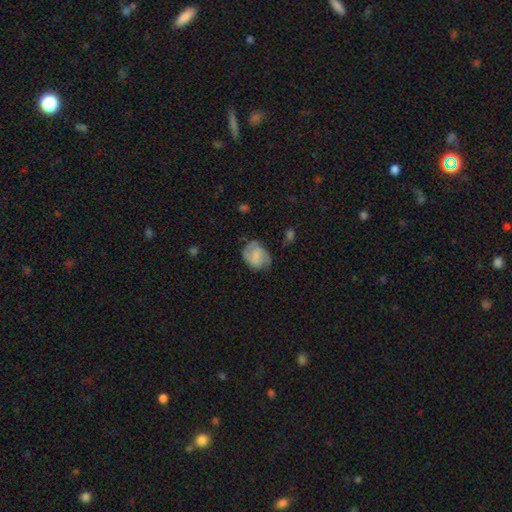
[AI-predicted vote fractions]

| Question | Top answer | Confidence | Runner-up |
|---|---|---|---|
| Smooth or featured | smooth | 54% | featured or disk (38%) |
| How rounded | in between | 56% | round (43%) |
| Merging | none | 55% | minor disturbance (31%) |